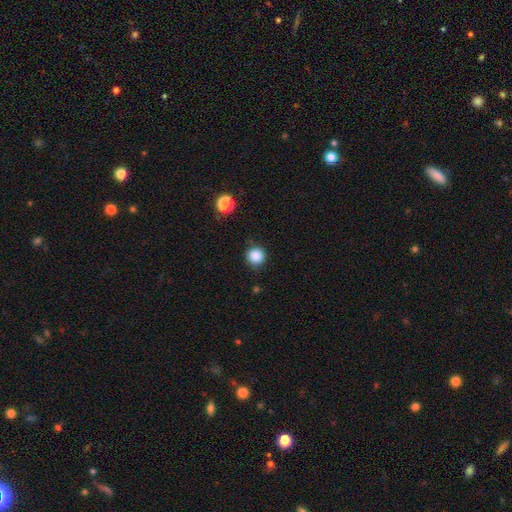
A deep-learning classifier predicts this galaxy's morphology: smooth_or_featured: smooth (p=0.86) [alt: star or artifact p=0.11]
how_rounded: round (p=0.94) [alt: in between p=0.05]
merging: none (p=0.87) [alt: minor disturbance p=0.09]